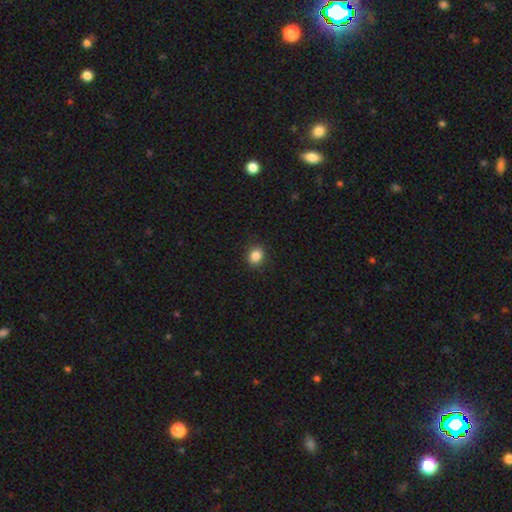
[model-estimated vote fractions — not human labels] A smooth galaxy with no disk features (86%) that is round (65%).

Vote fractions:
- Smooth or featured? smooth: 86% / star or artifact: 10% / featured or disk: 4%
- How rounded? round: 65% / in between: 34% / cigar-shaped: 1%
- Merging? none: 89% / minor disturbance: 8% / major disturbance: 2% / merger: 1%